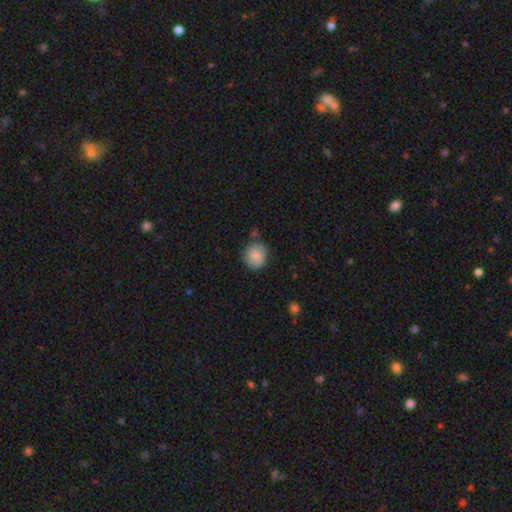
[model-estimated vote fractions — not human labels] Morphology: type=smooth (84%); roundness=round (84%); merging=none (75%).